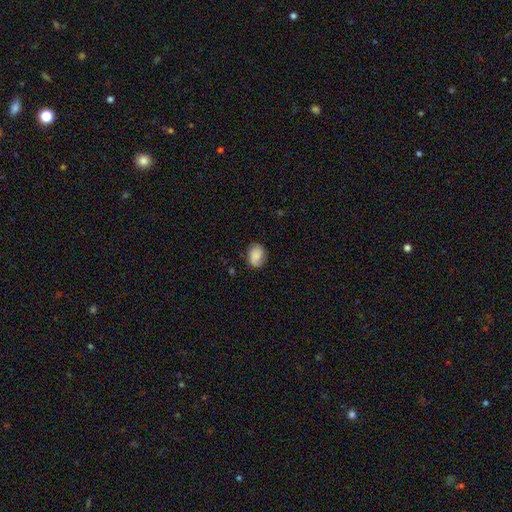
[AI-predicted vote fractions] smooth-or-featured: smooth: 76% | featured or disk: 16% | star or artifact: 8%
  how-rounded: in between: 68% | round: 31% | cigar-shaped: 1%
  merging: none: 76% | minor disturbance: 18% | major disturbance: 4% | merger: 1%